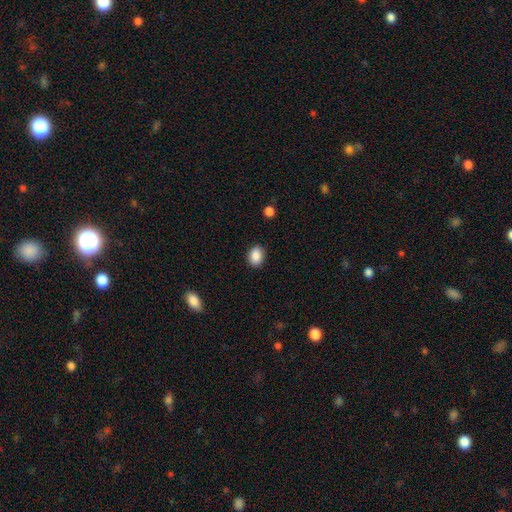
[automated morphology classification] Overall: smooth (88%). How rounded: in between (69%; round 30%). Merging: none (88%).